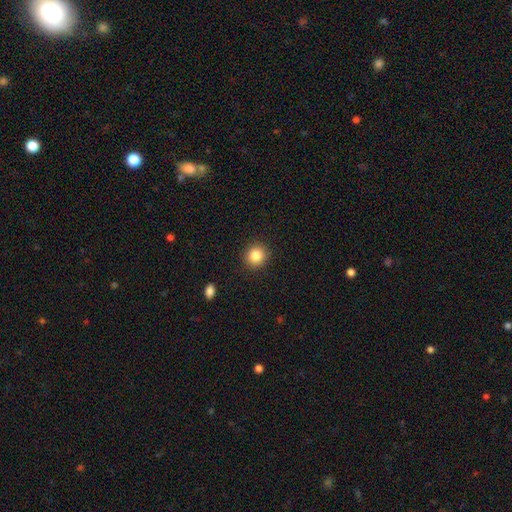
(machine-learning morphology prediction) smooth_or_featured: smooth (p=0.85) [alt: star or artifact p=0.10]
how_rounded: round (p=0.90) [alt: in between p=0.09]
merging: none (p=0.91) [alt: minor disturbance p=0.06]